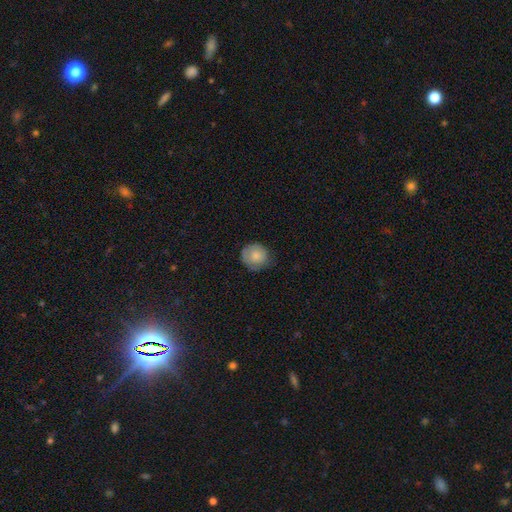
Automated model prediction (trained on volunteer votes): This is likely a smooth galaxy (73%). How rounded: clearly round (88%). Merging: likely none (70%).